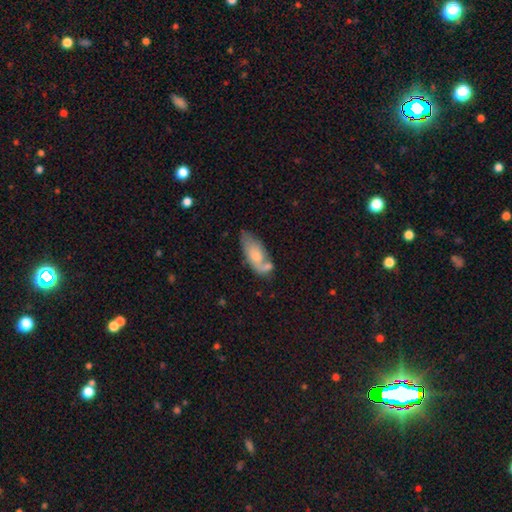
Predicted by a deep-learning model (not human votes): smooth_or_featured: smooth (p=0.59) [alt: featured or disk p=0.35]
how_rounded: in between (p=0.87) [alt: cigar-shaped p=0.10]
merging: none (p=0.39) [alt: minor disturbance p=0.27]